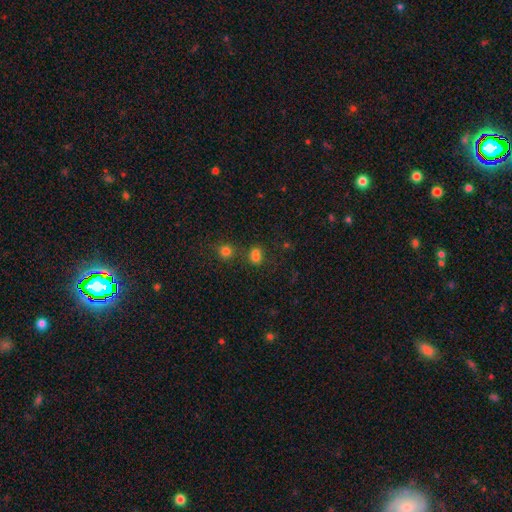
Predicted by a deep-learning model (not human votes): Smooth or featured: smooth — 71% (star or artifact — 20%)
How rounded: round — 53% (in between — 45%)
Merging: none — 47% (merger — 35%)